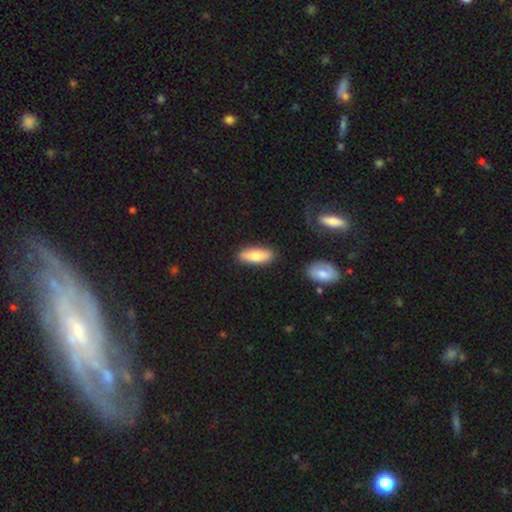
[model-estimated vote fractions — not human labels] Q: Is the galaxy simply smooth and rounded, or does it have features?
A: smooth — 78%.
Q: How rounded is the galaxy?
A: in between — 59%.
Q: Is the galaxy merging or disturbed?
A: none — 85%.